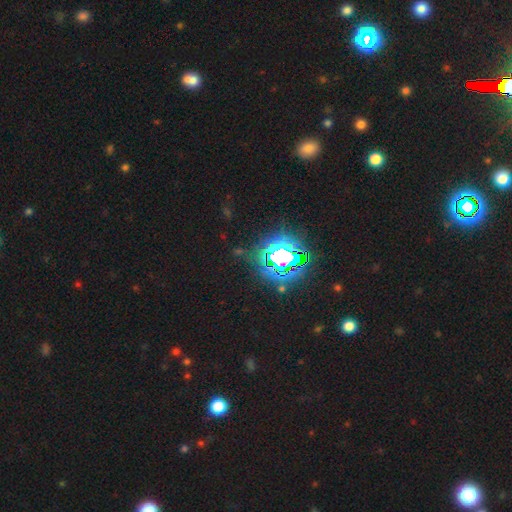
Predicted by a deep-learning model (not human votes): star or artifact 79%, smooth 13%, featured or disk 8%.